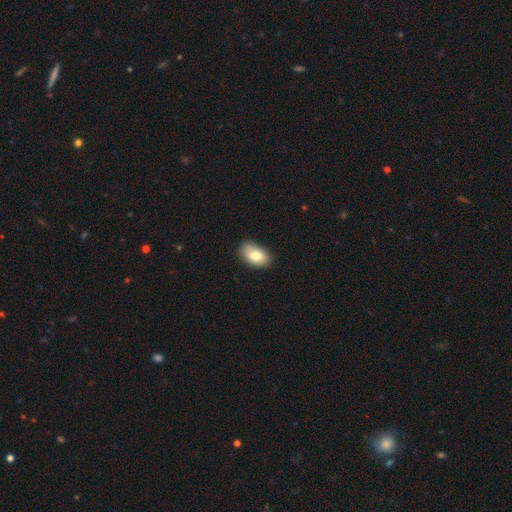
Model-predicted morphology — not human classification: Smooth or featured: smooth — 80% (featured or disk — 12%)
How rounded: in between — 89% (round — 9%)
Merging: none — 78% (minor disturbance — 17%)